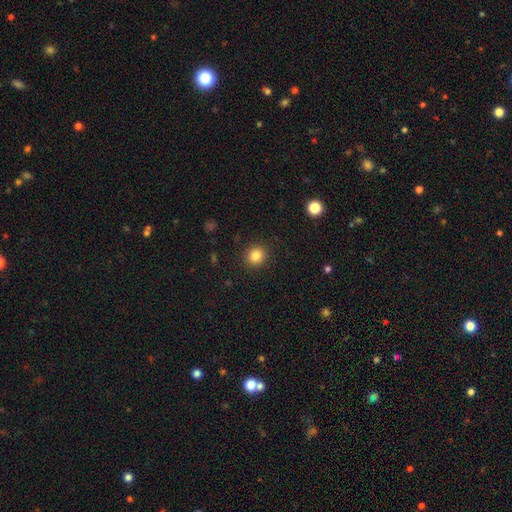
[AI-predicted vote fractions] smooth-or-featured: smooth: 84% | star or artifact: 11% | featured or disk: 5%
  how-rounded: round: 85% | in between: 14% | cigar-shaped: 1%
  merging: none: 90% | minor disturbance: 6% | major disturbance: 2% | merger: 1%